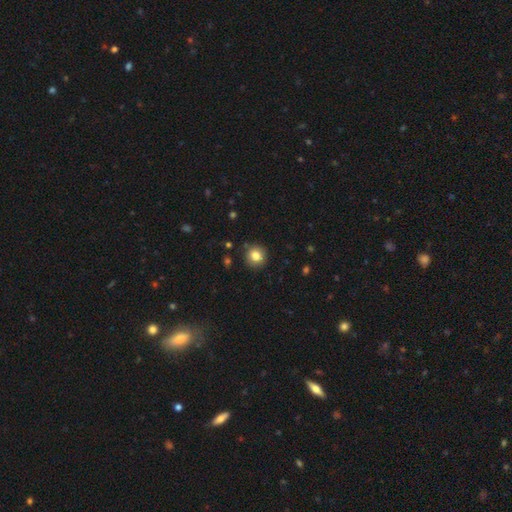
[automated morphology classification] The model was most divided on "smooth or featured": smooth: 83%, star or artifact: 10%, featured or disk: 7%. More confident: how rounded — round (91%); merging — none (89%).